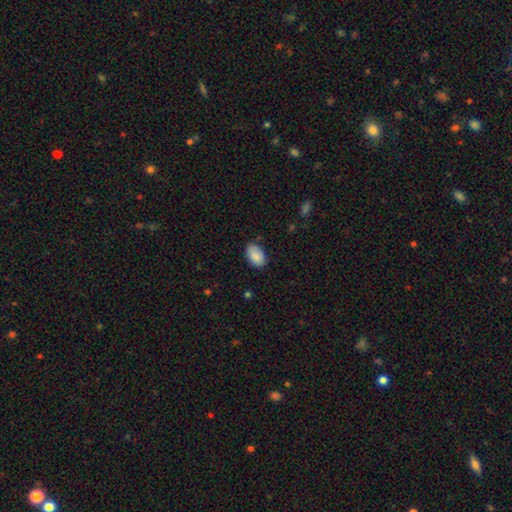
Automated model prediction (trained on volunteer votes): Smooth or featured?
  - smooth: 88% *
  - star or artifact: 7%
  - featured or disk: 5%
How rounded?
  - in between: 92% *
  - round: 7%
  - cigar-shaped: 1%
Merging?
  - none: 78% *
  - minor disturbance: 17%
  - major disturbance: 3%
  - merger: 1%